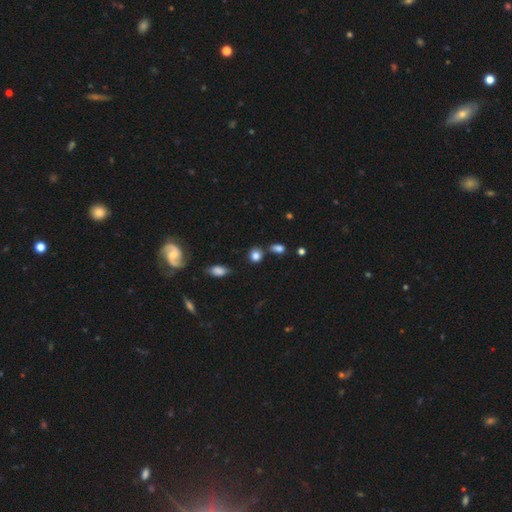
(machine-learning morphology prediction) smooth_or_featured: smooth (p=0.82) [alt: star or artifact p=0.13]
how_rounded: round (p=0.68) [alt: in between p=0.30]
merging: none (p=0.69) [alt: merger p=0.14]